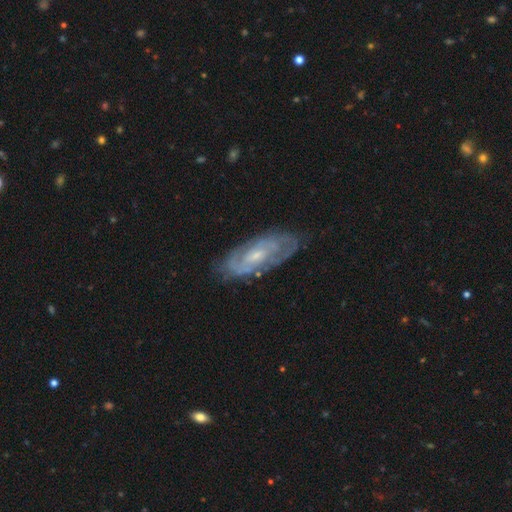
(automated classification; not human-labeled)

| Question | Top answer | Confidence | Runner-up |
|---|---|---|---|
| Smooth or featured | featured or disk | 78% | smooth (16%) |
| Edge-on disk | no | 90% | yes (10%) |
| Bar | no | 53% | weak (39%) |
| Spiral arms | yes | 86% | no (14%) |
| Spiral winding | tight | 58% | medium (32%) |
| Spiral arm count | can't tell | 41% | tied: 2 (41%) |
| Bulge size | small | 56% | moderate (37%) |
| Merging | none | 75% | minor disturbance (18%) |